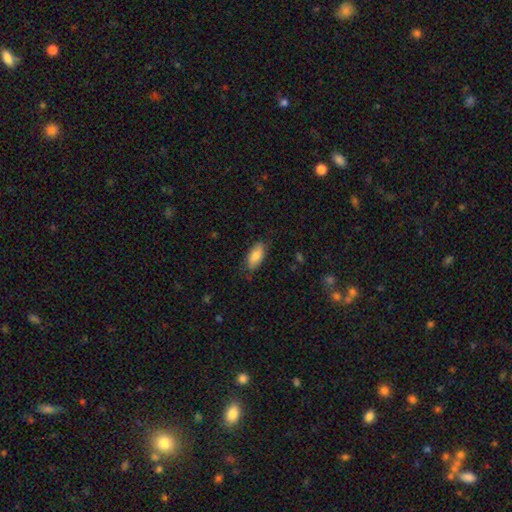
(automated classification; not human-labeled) The model was most divided on "merging": none: 75%, minor disturbance: 19%, major disturbance: 4%, merger: 1%. More confident: how rounded — in between (87%); smooth or featured — smooth (79%).